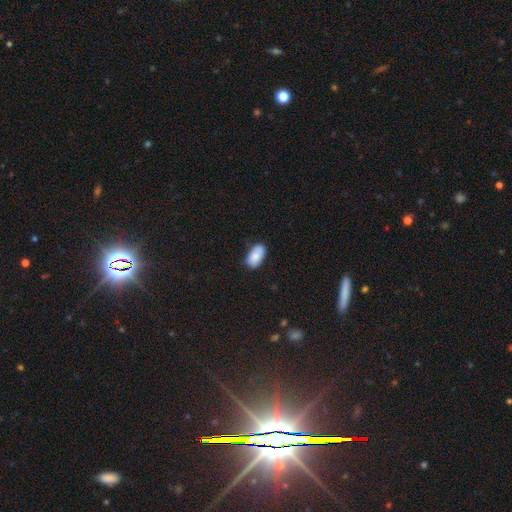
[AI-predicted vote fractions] Smooth or featured? Predicted: smooth (p=0.86). How rounded? Predicted: in between (p=0.94). Merging? Predicted: none (p=0.77).